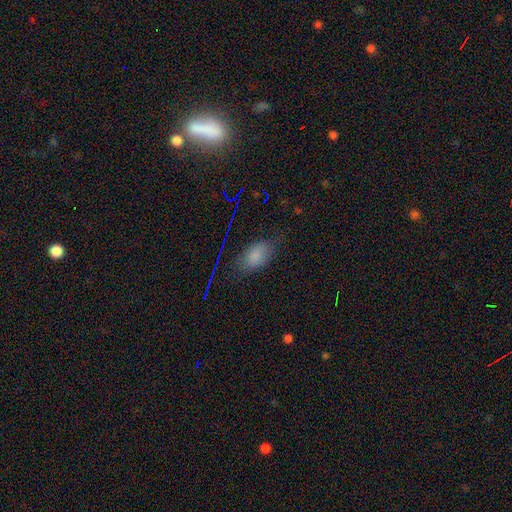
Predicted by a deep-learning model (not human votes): A smooth galaxy with no disk features (72%) that is in between round and cigar-shaped (89%). Merging: none (68%).